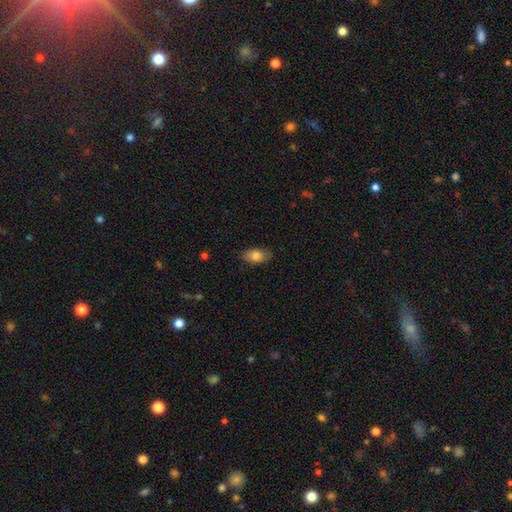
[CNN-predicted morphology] smooth-or-featured: smooth: 81% | featured or disk: 12% | star or artifact: 7%
  how-rounded: in between: 90% | round: 8% | cigar-shaped: 3%
  merging: none: 80% | minor disturbance: 16% | major disturbance: 3% | merger: 1%